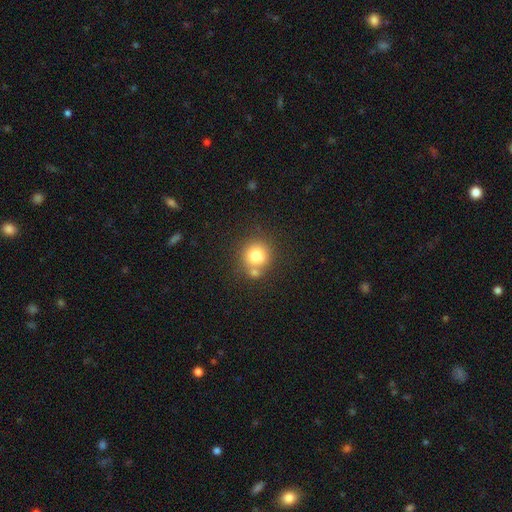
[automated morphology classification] smooth_or_featured: smooth (p=0.78) [alt: star or artifact p=0.11]
how_rounded: round (p=0.88) [alt: in between p=0.11]
merging: none (p=0.60) [alt: merger p=0.25]